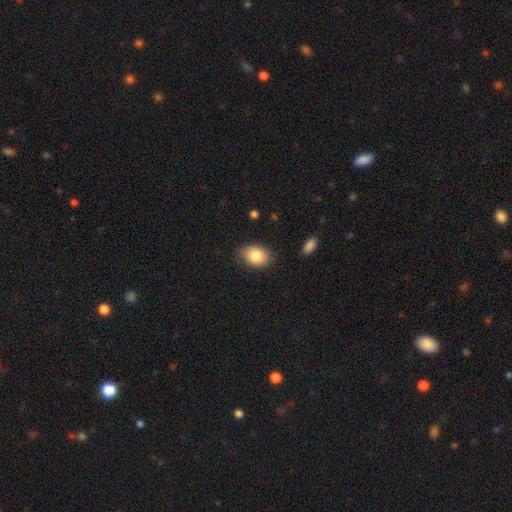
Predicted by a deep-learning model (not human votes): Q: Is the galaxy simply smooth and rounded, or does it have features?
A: smooth — 85%.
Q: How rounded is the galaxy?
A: in between — 76%.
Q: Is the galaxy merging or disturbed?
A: none — 76%.